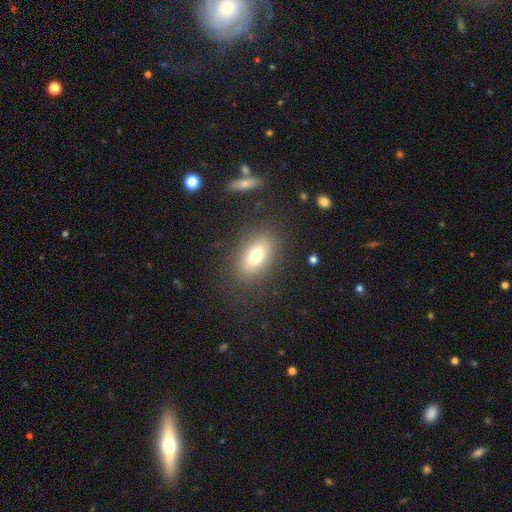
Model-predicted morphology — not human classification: type=smooth (73%); roundness=in between (83%); merging=none (84%).